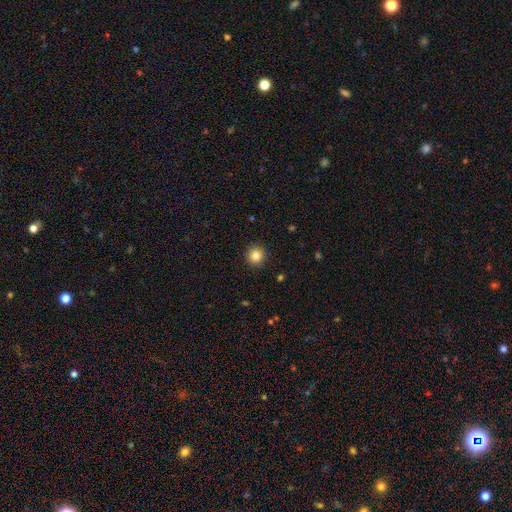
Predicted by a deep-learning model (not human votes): Q: Smooth or featured?
A: smooth (85%); runner-up: star or artifact (11%)
Q: How rounded?
A: round (93%); runner-up: in between (6%)
Q: Merging?
A: none (92%); runner-up: minor disturbance (5%)